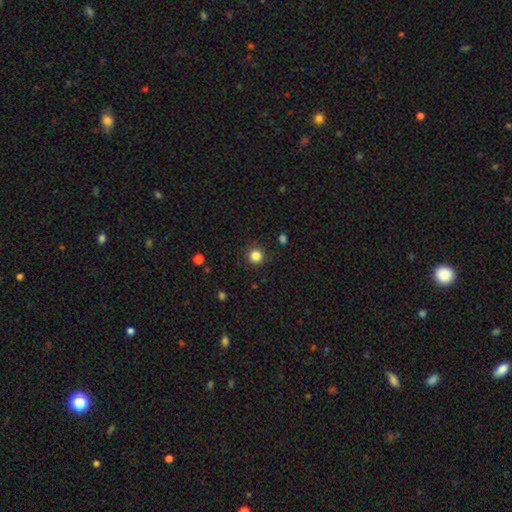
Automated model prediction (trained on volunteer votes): A smooth galaxy with no disk features (84%) that is round (95%). Merging: none (90%).